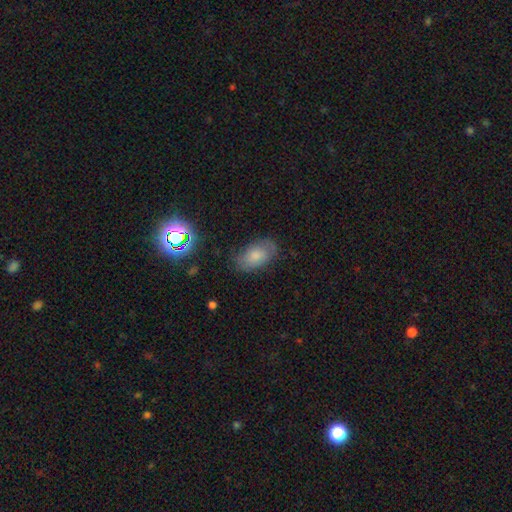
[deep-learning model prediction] Smooth or featured?
  - smooth: 67% *
  - featured or disk: 21%
  - star or artifact: 12%
How rounded?
  - in between: 91% *
  - round: 7%
  - cigar-shaped: 2%
Merging?
  - none: 73% *
  - minor disturbance: 20%
  - major disturbance: 6%
  - merger: 2%